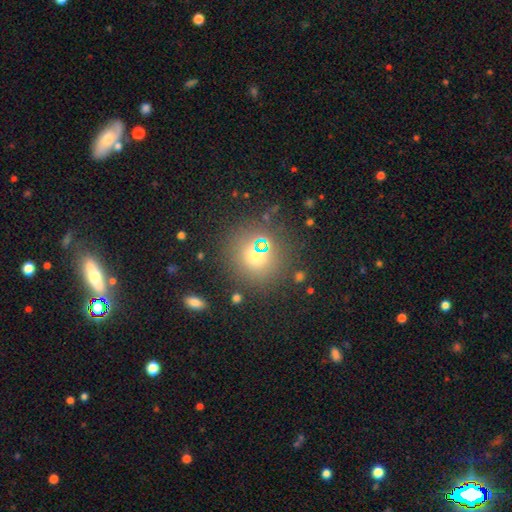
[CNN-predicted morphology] smooth 63%, star or artifact 26%, featured or disk 11%. Down the decision tree: how rounded — round (90%); merging — none (80%).